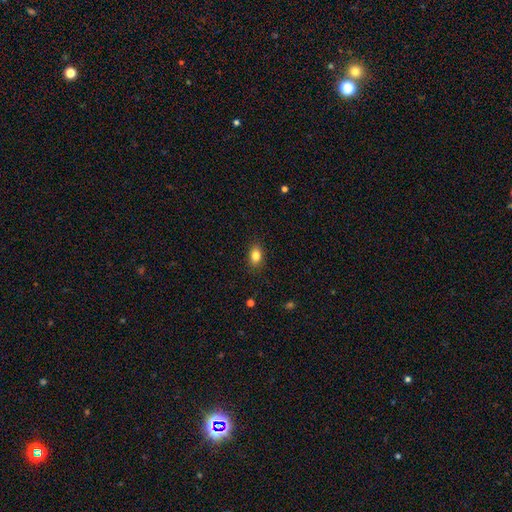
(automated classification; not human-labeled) Smooth or featured: smooth — 84% (star or artifact — 9%)
How rounded: in between — 82% (round — 16%)
Merging: none — 87% (minor disturbance — 10%)